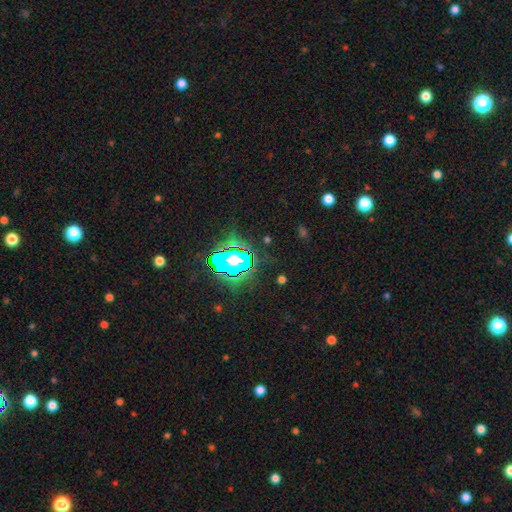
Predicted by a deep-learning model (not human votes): Overall: star or artifact (82%).